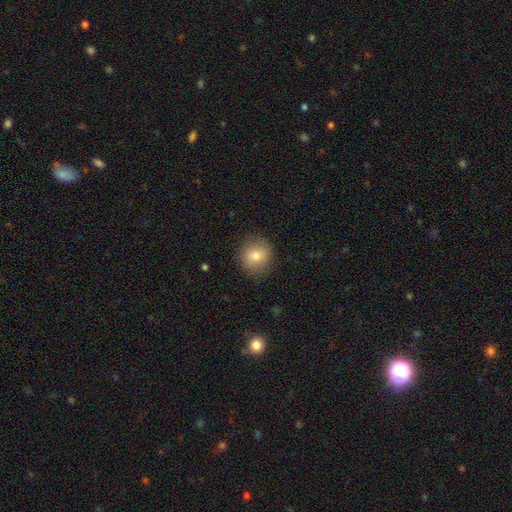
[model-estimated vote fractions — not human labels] Morphology: type=smooth (79%); roundness=round (87%); merging=none (88%).